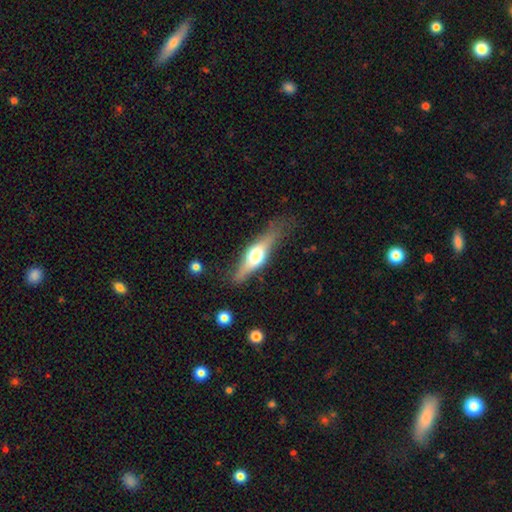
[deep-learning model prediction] Q: Smooth or featured?
A: featured or disk (62%); runner-up: smooth (32%)
Q: Edge-on disk?
A: yes (91%); runner-up: no (9%)
Q: Edge-on bulge?
A: rounded (92%); runner-up: boxy (6%)
Q: Merging?
A: none (73%); runner-up: minor disturbance (19%)